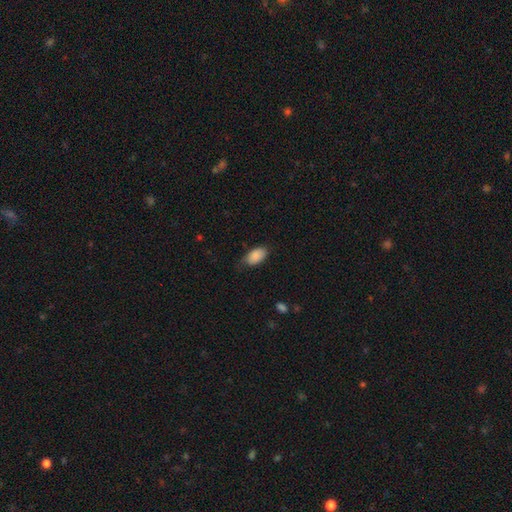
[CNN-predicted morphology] smooth-or-featured: smooth: 88% | star or artifact: 7% | featured or disk: 5%
  how-rounded: in between: 94% | round: 4% | cigar-shaped: 2%
  merging: none: 69% | minor disturbance: 25% | major disturbance: 5% | merger: 1%